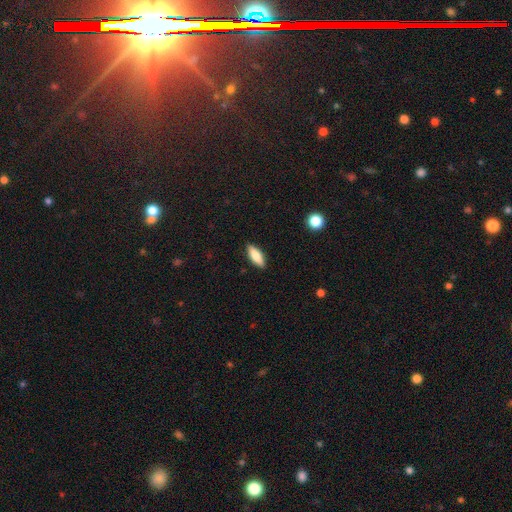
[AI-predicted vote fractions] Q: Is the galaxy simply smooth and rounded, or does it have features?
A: smooth — 79%.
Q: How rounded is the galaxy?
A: in between — 65%.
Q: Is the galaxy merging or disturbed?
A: none — 88%.